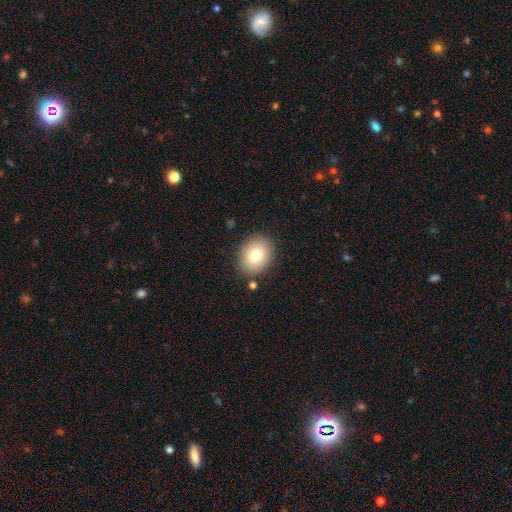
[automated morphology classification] This appears to be a smooth galaxy with no disk features (78%) that is in between round and cigar-shaped (50%). Merging: none (85%).